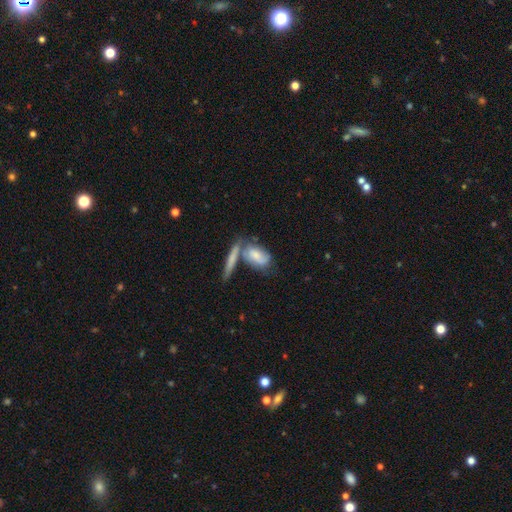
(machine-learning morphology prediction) Overall: smooth (53%; featured or disk 41%). How rounded: in between (75%). Merging: merger (42%; none 34%).